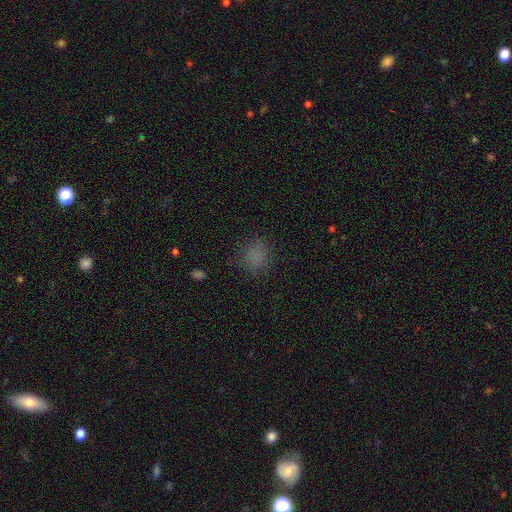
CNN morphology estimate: Smooth or featured? smooth (76%)
How rounded? round (75%)
Merging? none (80%)